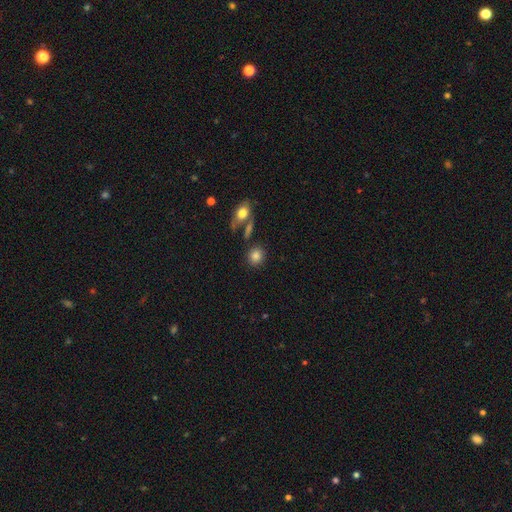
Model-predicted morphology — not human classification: Q: Smooth or featured?
A: smooth (83%); runner-up: star or artifact (10%)
Q: How rounded?
A: round (78%); runner-up: in between (20%)
Q: Merging?
A: none (79%); runner-up: minor disturbance (9%)